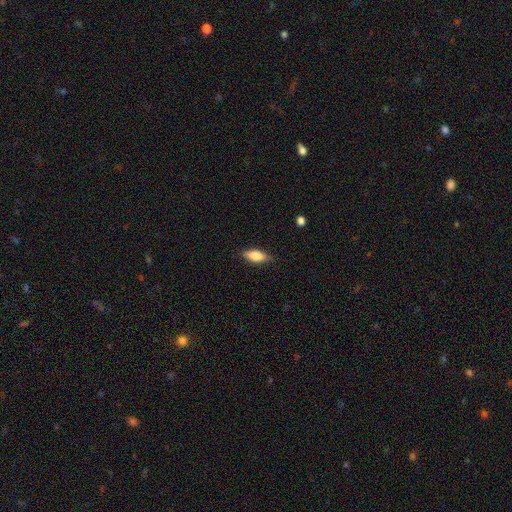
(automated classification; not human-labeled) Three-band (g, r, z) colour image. It shows a smooth galaxy with no disk features (76%) that is in between round and cigar-shaped (72%). Merging: none (80%).